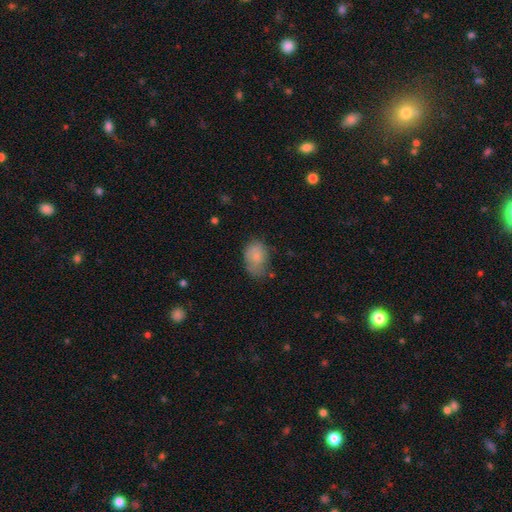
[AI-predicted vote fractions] smooth-or-featured: smooth: 80% | featured or disk: 12% | star or artifact: 8%
  how-rounded: in between: 83% | round: 15% | cigar-shaped: 1%
  merging: none: 53% | minor disturbance: 32% | major disturbance: 12% | merger: 3%